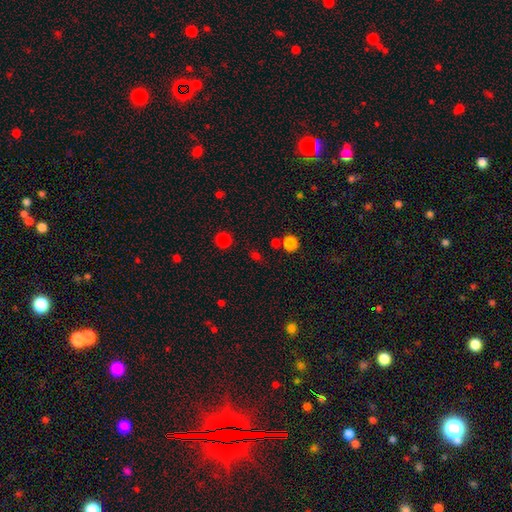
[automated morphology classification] Smooth or featured? smooth (71%)
How rounded? round (69%)
Merging? none (80%)